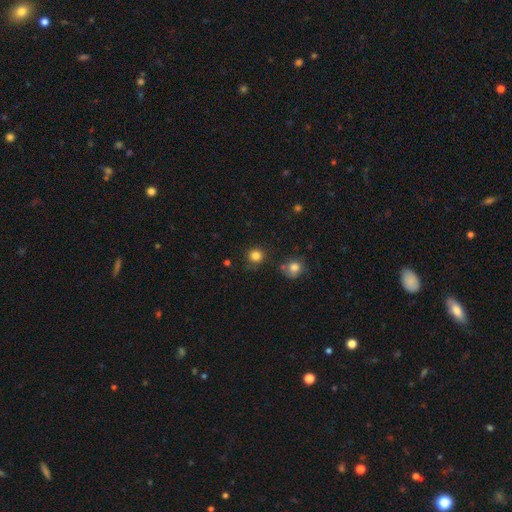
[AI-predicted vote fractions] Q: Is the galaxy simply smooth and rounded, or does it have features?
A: smooth — 83%.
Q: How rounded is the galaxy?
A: round — 92%.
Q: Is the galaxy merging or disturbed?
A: none — 81%.